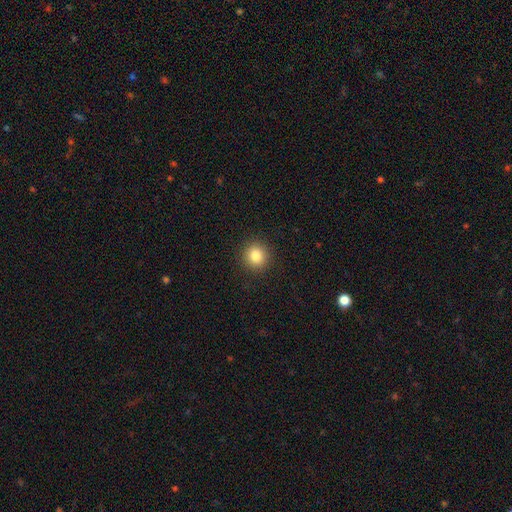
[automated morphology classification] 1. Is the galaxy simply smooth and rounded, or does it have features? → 84% smooth, 11% star or artifact, 5% featured or disk.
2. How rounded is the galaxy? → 92% round, 7% in between, 1% cigar-shaped.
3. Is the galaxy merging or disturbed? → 92% none, 5% minor disturbance, 2% major disturbance, 1% merger.